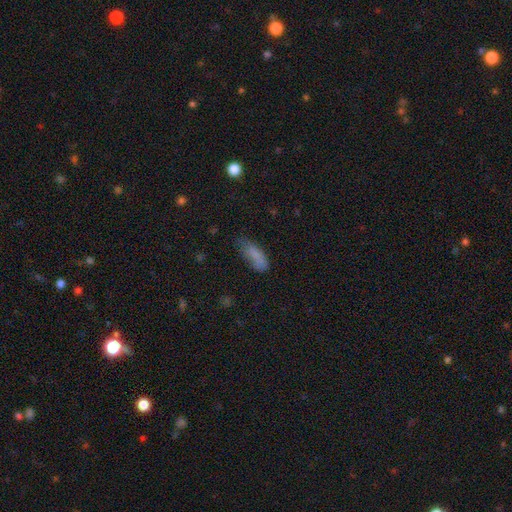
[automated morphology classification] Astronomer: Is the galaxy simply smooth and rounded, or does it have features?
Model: smooth — 80%.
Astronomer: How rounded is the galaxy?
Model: in between — 66%.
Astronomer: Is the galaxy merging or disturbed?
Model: none — 52% (runner-up: minor disturbance, 32%).